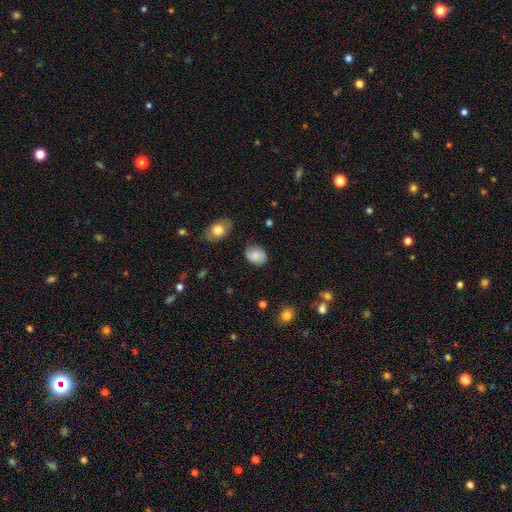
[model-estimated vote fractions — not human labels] This appears to be a smooth galaxy with no disk features (69%) that is in between round and cigar-shaped (67%). Merging: none (71%).